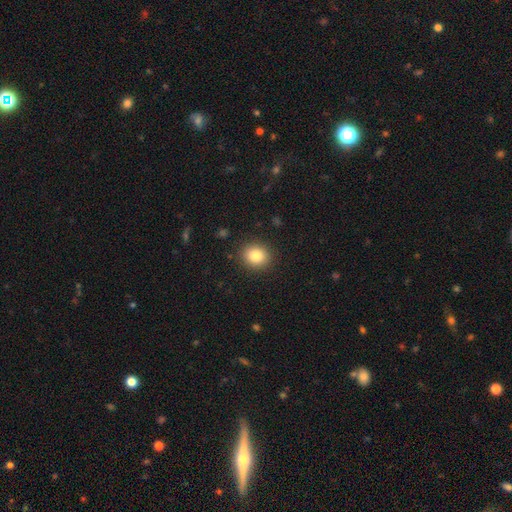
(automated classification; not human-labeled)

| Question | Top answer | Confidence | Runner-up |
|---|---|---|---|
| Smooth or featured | smooth | 82% | star or artifact (10%) |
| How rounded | round | 74% | in between (25%) |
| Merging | none | 89% | minor disturbance (7%) |